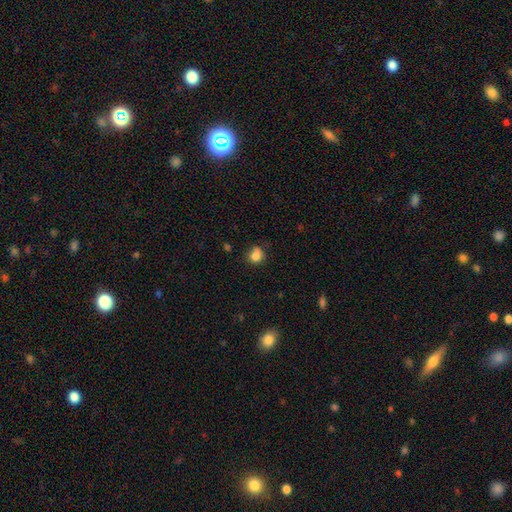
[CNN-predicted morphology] type=smooth (82%); roundness=round (79%); merging=none (59%).